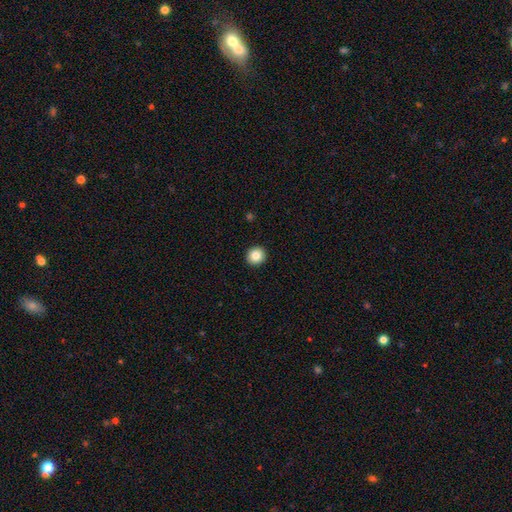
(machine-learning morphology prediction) A smooth galaxy with no disk features (86%) that is round (91%).

Vote fractions:
- Smooth or featured? smooth: 86% / star or artifact: 9% / featured or disk: 5%
- How rounded? round: 91% / in between: 8% / cigar-shaped: 1%
- Merging? none: 93% / minor disturbance: 4% / major disturbance: 1% / merger: 1%